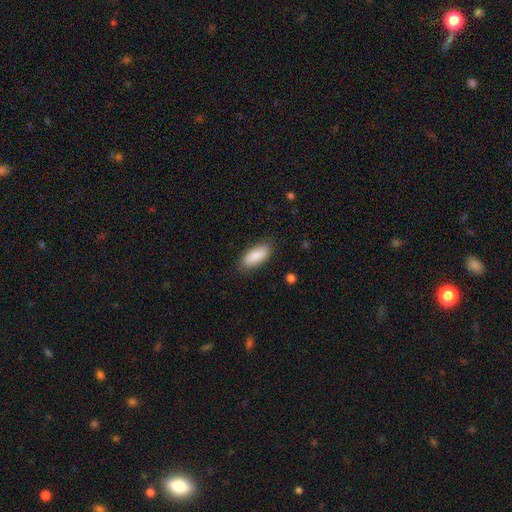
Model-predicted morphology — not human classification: smooth_or_featured: smooth (p=0.86) [alt: featured or disk p=0.08]
how_rounded: in between (p=0.80) [alt: cigar-shaped p=0.18]
merging: none (p=0.85) [alt: minor disturbance p=0.12]